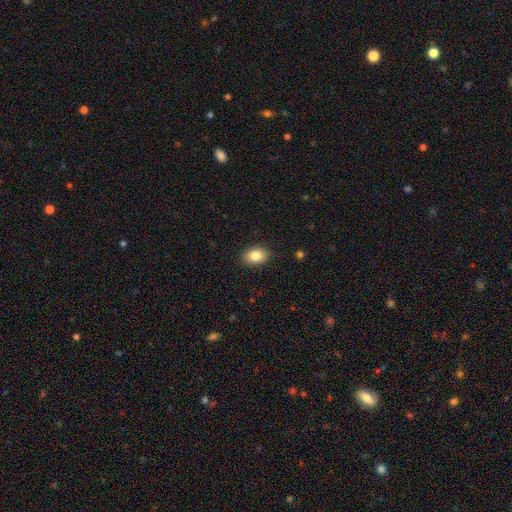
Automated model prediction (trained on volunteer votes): smooth_or_featured: smooth (p=0.84) [alt: featured or disk p=0.08]
how_rounded: in between (p=0.82) [alt: round p=0.17]
merging: none (p=0.89) [alt: minor disturbance p=0.08]